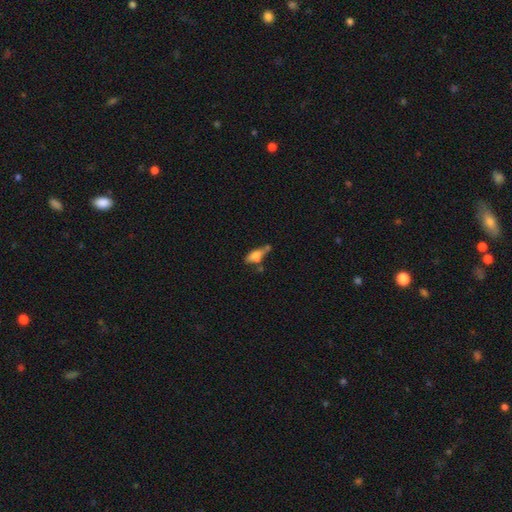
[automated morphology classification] A smooth galaxy with no disk features (66%) that is in between round and cigar-shaped (66%). Merging: none (34%).